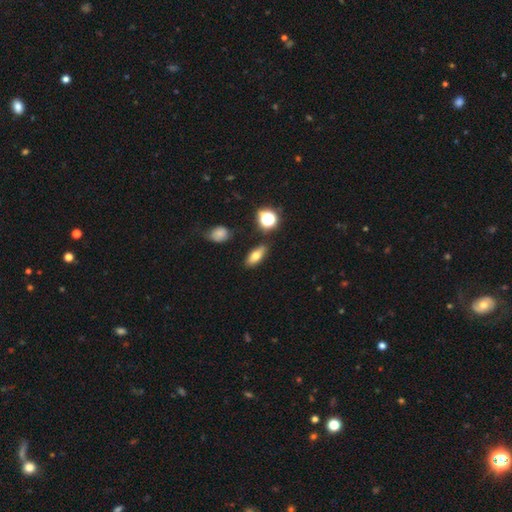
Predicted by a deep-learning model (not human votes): A smooth galaxy with no disk features (68%) that is in between round and cigar-shaped (74%). Merging: none (84%).